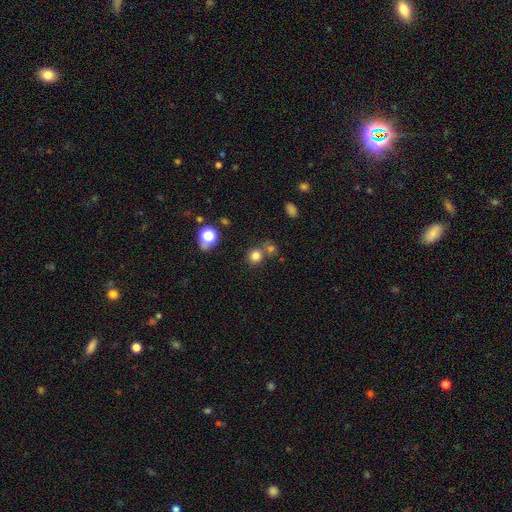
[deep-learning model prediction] Q: Smooth or featured?
A: smooth (77%); runner-up: star or artifact (16%)
Q: How rounded?
A: round (88%); runner-up: in between (11%)
Q: Merging?
A: none (65%); runner-up: merger (23%)